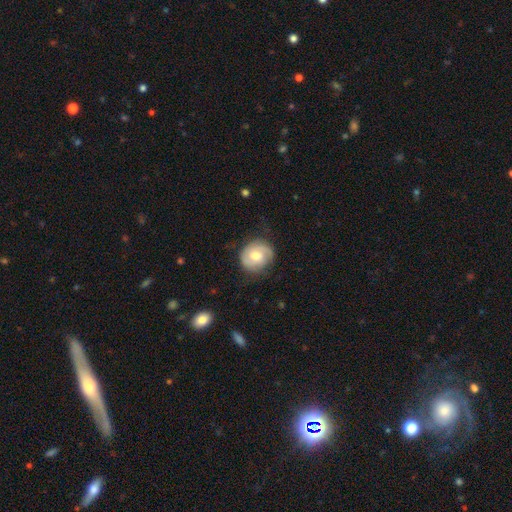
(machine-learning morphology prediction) featured or disk 55%, smooth 38%, star or artifact 7%. Down the decision tree: edge-on disk — no (97%); bar — no (62%); spiral arms — yes (86%); bulge size — moderate (71%); merging — none (73%).